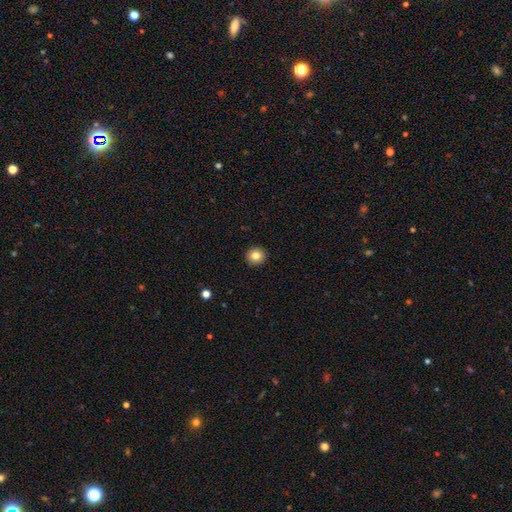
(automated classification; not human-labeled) This appears to be a smooth galaxy with no disk features (83%) that is round (93%). Merging: none (93%).